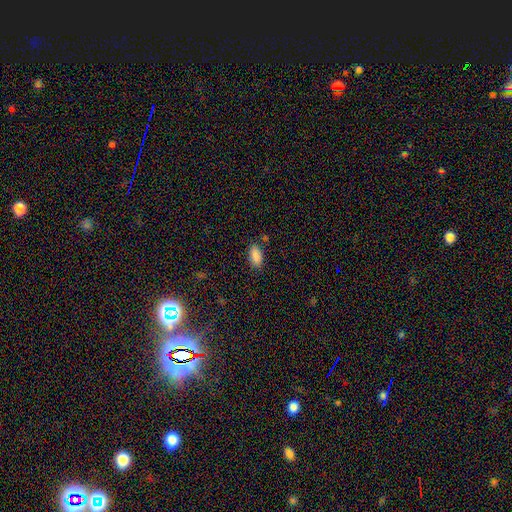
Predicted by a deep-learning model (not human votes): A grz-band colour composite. It shows a smooth galaxy with no disk features (89%) that is in between round and cigar-shaped (93%). Merging: none (82%).